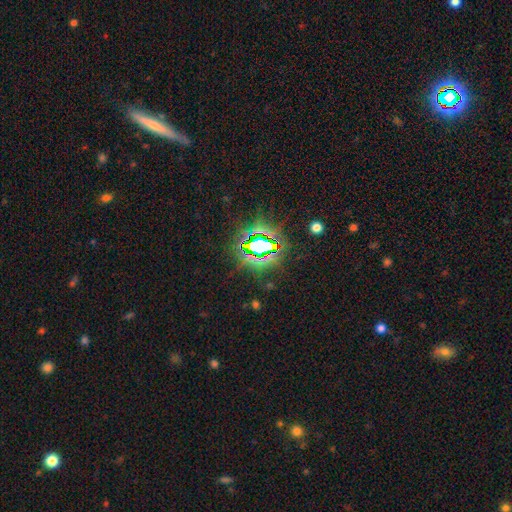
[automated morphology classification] smooth-or-featured: star or artifact: 82% | smooth: 10% | featured or disk: 8%